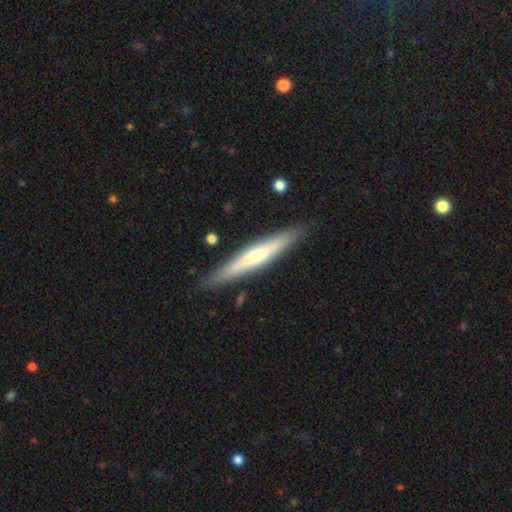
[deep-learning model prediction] Smooth or featured? Predicted: featured or disk (p=0.53). Edge-on disk? Predicted: yes (p=0.94). Merging? Predicted: none (p=0.88).